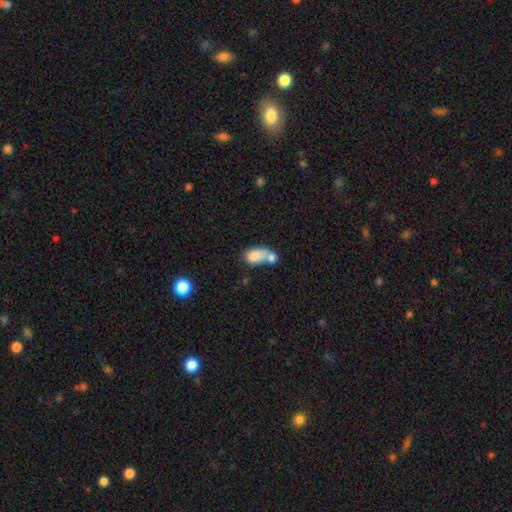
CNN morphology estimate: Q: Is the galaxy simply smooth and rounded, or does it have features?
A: smooth — 76%.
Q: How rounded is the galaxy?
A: in between — 83%.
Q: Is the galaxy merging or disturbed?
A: merger — 63%.